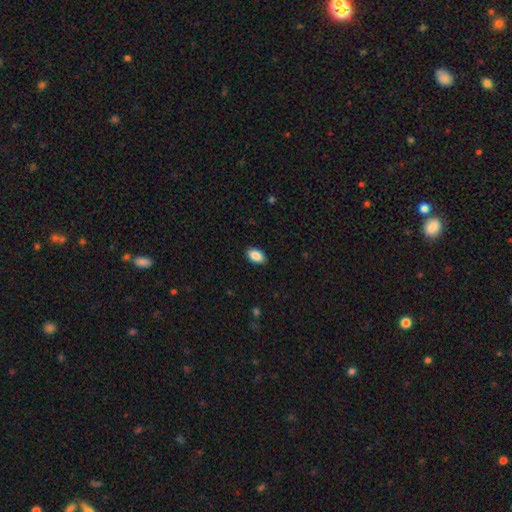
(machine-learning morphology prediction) type=smooth (87%); roundness=in between (93%); merging=none (88%).